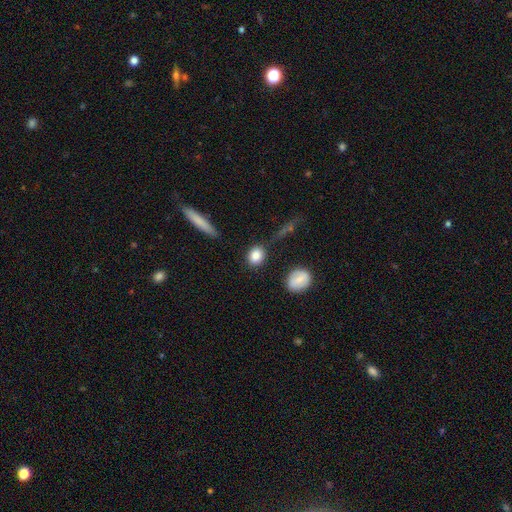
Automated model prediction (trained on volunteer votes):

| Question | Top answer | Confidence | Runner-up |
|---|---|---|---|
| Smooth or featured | smooth | 84% | star or artifact (8%) |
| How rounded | round | 54% | in between (43%) |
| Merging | none | 82% | minor disturbance (11%) |